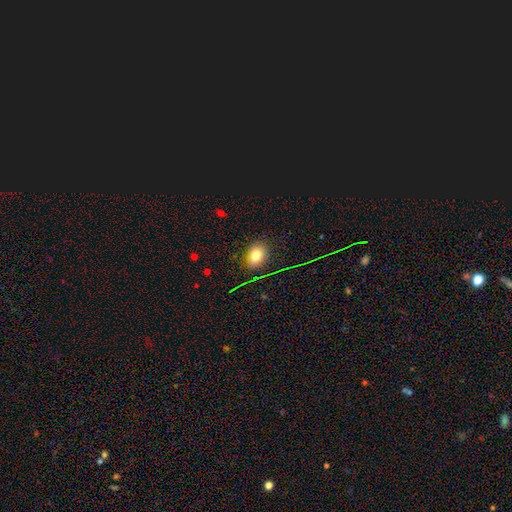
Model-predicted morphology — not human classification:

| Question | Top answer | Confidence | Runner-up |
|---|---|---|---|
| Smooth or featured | smooth | 76% | star or artifact (14%) |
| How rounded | in between | 69% | round (30%) |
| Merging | none | 81% | minor disturbance (14%) |